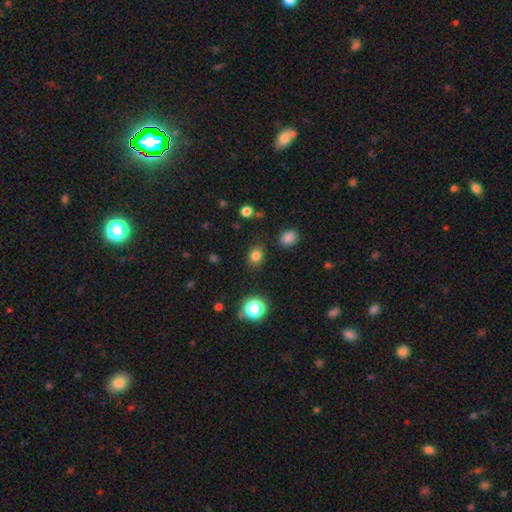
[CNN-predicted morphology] A smooth galaxy with no disk features (81%) that is round (57%).

Vote fractions:
- Smooth or featured? smooth: 81% / star or artifact: 14% / featured or disk: 4%
- How rounded? round: 57% / in between: 42% / cigar-shaped: 1%
- Merging? none: 84% / minor disturbance: 10% / major disturbance: 3% / merger: 3%